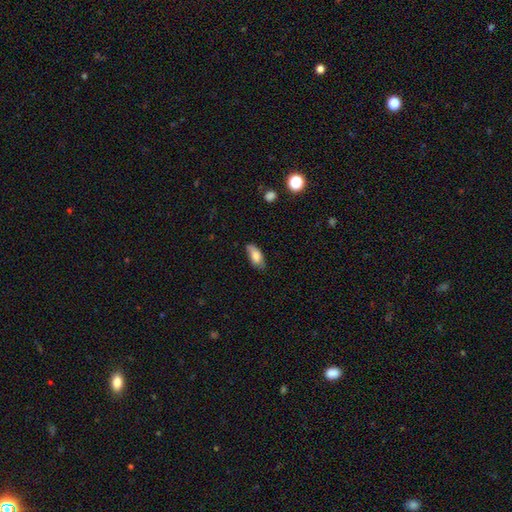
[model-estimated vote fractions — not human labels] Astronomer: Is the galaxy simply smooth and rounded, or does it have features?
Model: smooth — 78%.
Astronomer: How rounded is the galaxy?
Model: in between — 85%.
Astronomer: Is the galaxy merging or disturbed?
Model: none — 64%.